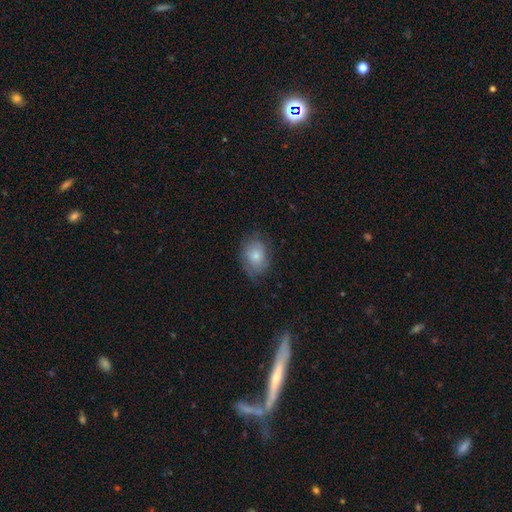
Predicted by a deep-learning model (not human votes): A smooth galaxy with no disk features (67%) that is in between round and cigar-shaped (61%). Merging: none (62%).